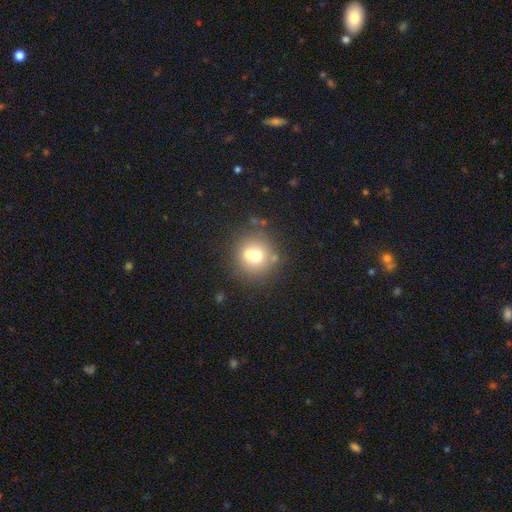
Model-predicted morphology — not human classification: A smooth galaxy with no disk features (64%) that is round (91%). Merging: none (58%).